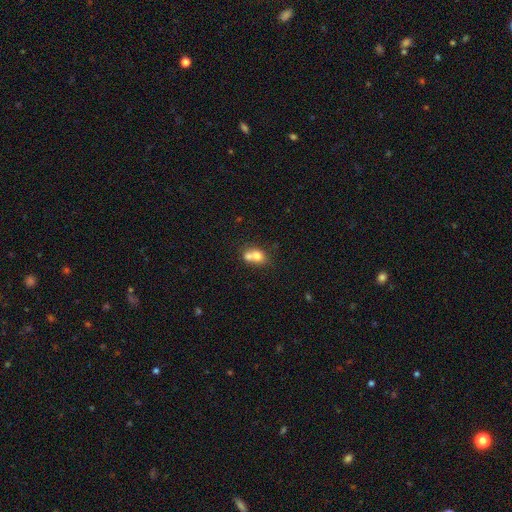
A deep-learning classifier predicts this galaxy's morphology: Smooth or featured? Predicted: smooth (p=0.70). How rounded? Predicted: in between (p=0.50). Merging? Predicted: merger (p=0.64).